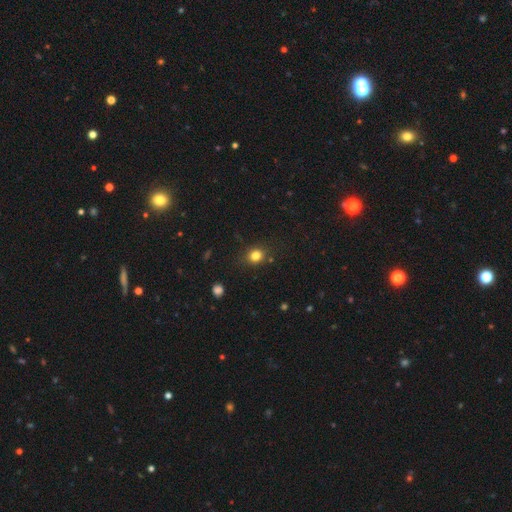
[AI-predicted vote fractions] A smooth galaxy with no disk features (81%) that is round (72%). Merging: none (83%).